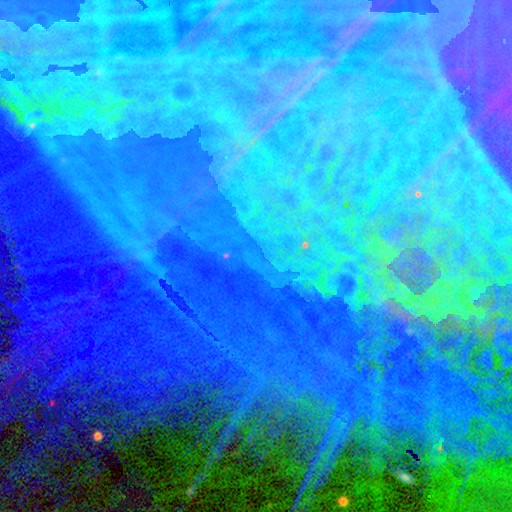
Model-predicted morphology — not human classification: This appears to be a star or artifact, not a galaxy (80%).